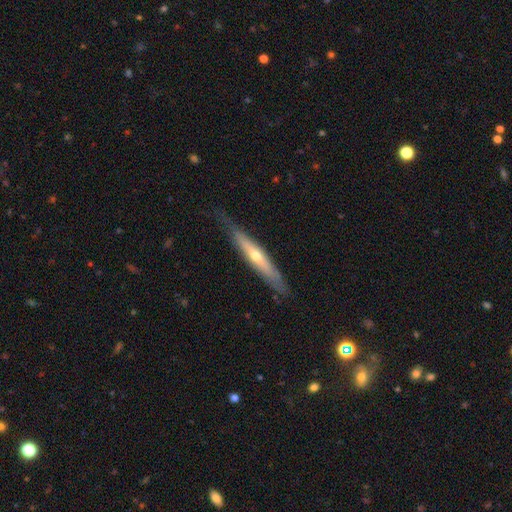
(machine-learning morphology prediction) smooth-or-featured: featured or disk: 61% | smooth: 33% | star or artifact: 6%
  disk-edge-on: yes: 87% | no: 13%
    edge-on-bulge: rounded: 77% | none: 21% | boxy: 3%
  merging: none: 76% | minor disturbance: 19% | major disturbance: 4% | merger: 1%